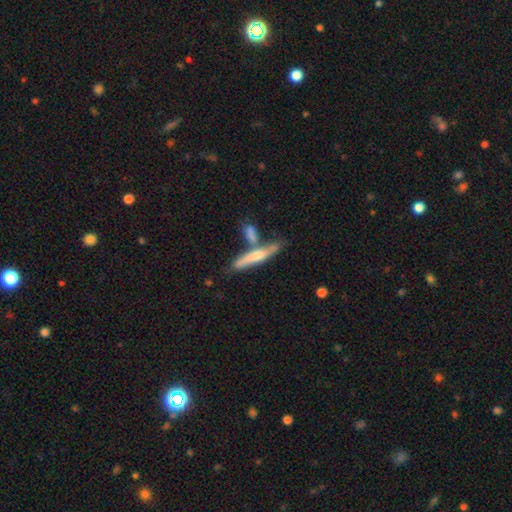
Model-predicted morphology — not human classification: Smooth or featured? Predicted: featured or disk (p=0.49). Merging? Predicted: none (p=0.58).